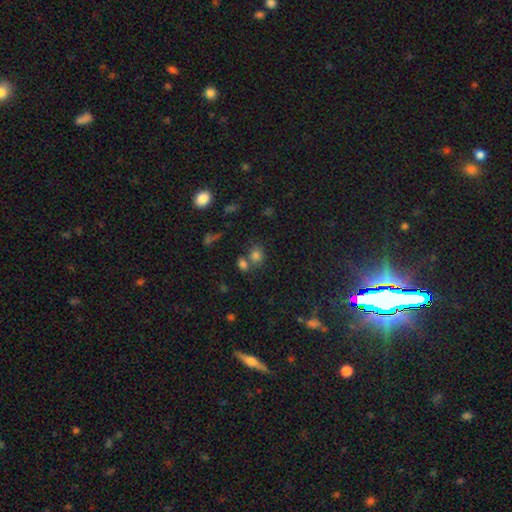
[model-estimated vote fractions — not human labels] smooth_or_featured: smooth (p=0.75) [alt: star or artifact p=0.17]
how_rounded: round (p=0.66) [alt: in between p=0.33]
merging: none (p=0.53) [alt: merger p=0.33]